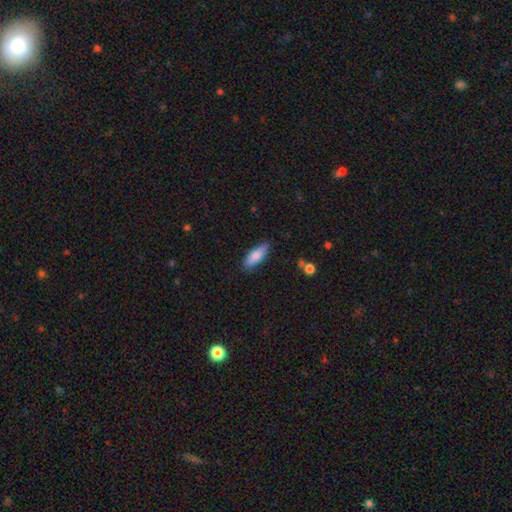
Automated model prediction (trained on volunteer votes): The model was most divided on "how rounded": in between: 67%, cigar-shaped: 31%, round: 2%. More confident: merging — none (82%); smooth or featured — smooth (80%).